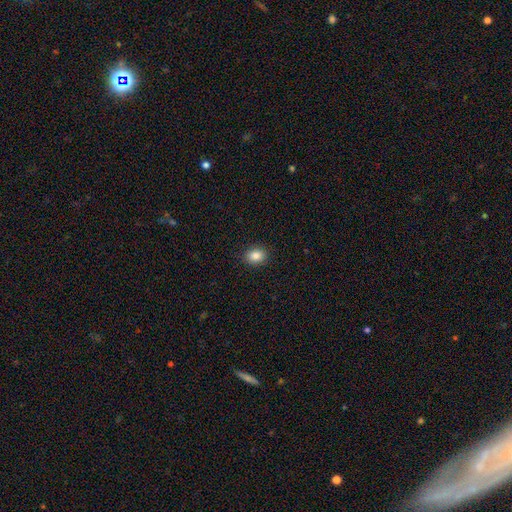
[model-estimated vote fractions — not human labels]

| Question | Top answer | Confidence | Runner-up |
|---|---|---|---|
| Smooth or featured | smooth | 86% | star or artifact (9%) |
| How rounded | in between | 58% | round (41%) |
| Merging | none | 89% | minor disturbance (8%) |